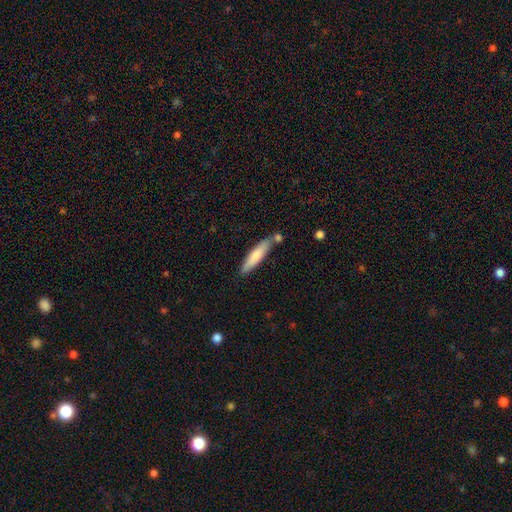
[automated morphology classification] This appears to be a smooth galaxy with no disk features (73%) that is cigar-shaped (84%). Merging: none (71%).